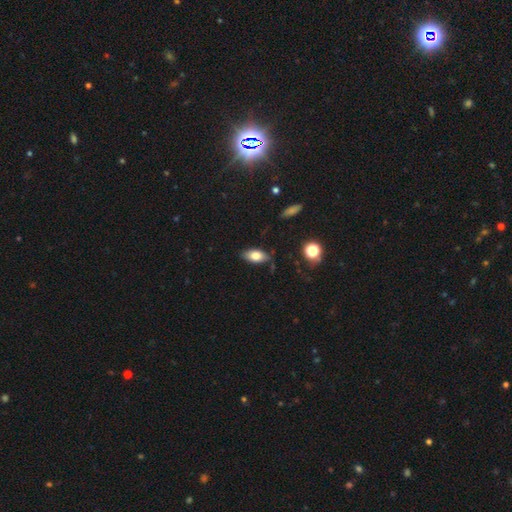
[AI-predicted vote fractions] The model was most divided on "merging": none: 77%, minor disturbance: 17%, major disturbance: 3%, merger: 2%. More confident: how rounded — in between (90%); smooth or featured — smooth (79%).